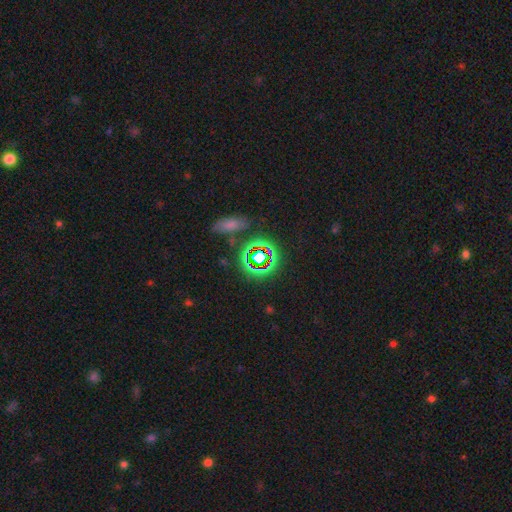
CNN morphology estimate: star or artifact 61%, smooth 26%, featured or disk 13%.